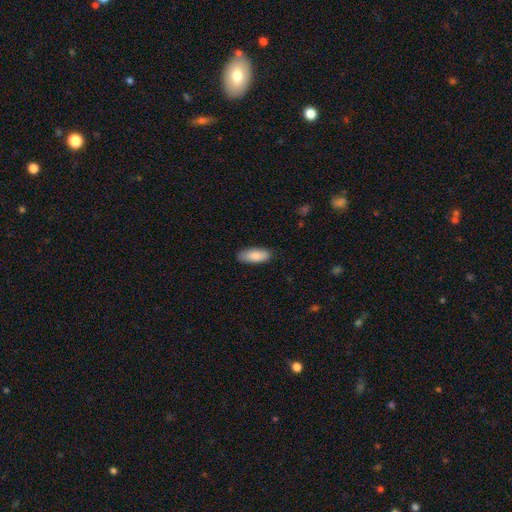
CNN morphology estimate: Q: Smooth or featured?
A: smooth (86%); runner-up: featured or disk (9%)
Q: How rounded?
A: in between (81%); runner-up: cigar-shaped (17%)
Q: Merging?
A: none (85%); runner-up: minor disturbance (12%)